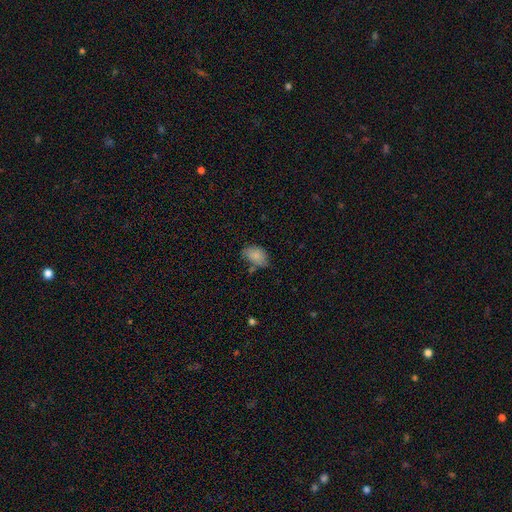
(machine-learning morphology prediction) The model was most divided on "merging": none: 53%, minor disturbance: 30%, merger: 9%, major disturbance: 8%. More confident: how rounded — in between (86%); smooth or featured — smooth (82%).